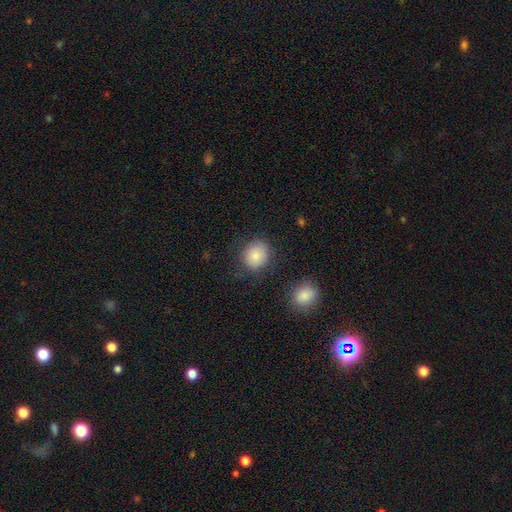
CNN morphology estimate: Smooth or featured?
  - smooth: 84% *
  - star or artifact: 9%
  - featured or disk: 8%
How rounded?
  - round: 74% *
  - in between: 25%
  - cigar-shaped: 1%
Merging?
  - none: 78% *
  - minor disturbance: 14%
  - major disturbance: 5%
  - merger: 3%